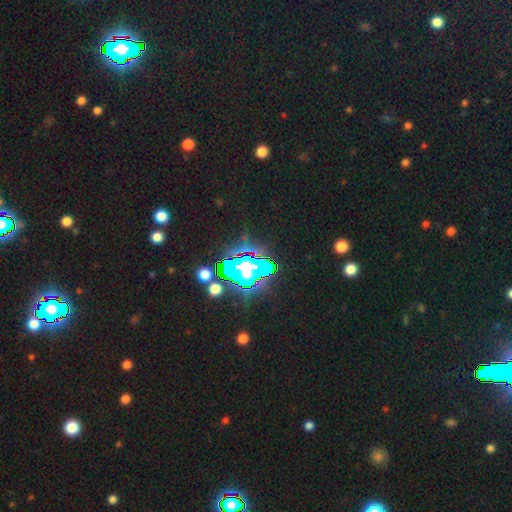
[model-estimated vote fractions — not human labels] A star or artifact, not a galaxy (82%).